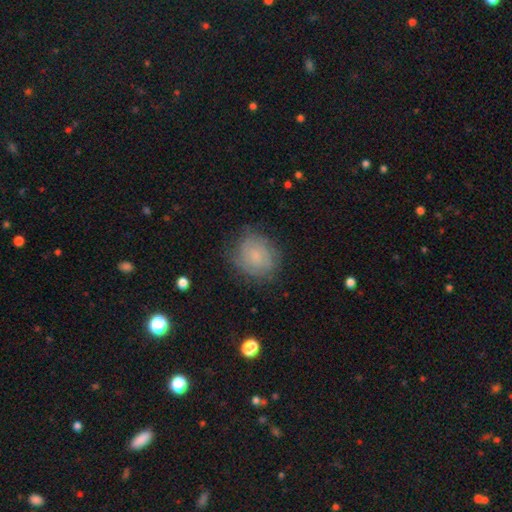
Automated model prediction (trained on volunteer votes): Q: Smooth or featured?
A: smooth (55%); runner-up: featured or disk (35%)
Q: How rounded?
A: round (72%); runner-up: in between (27%)
Q: Merging?
A: none (71%); runner-up: minor disturbance (20%)